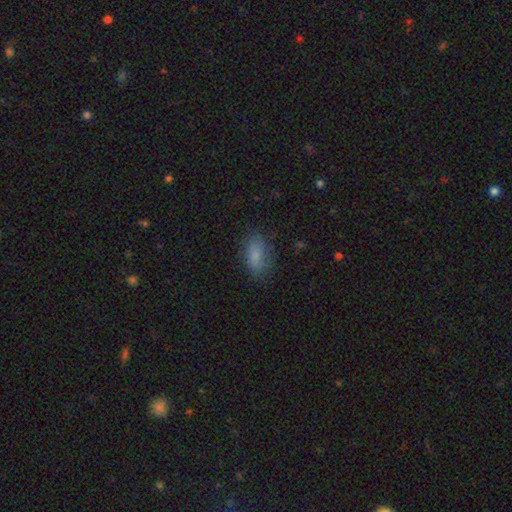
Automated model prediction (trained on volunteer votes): smooth-or-featured: smooth: 81% | featured or disk: 11% | star or artifact: 8%
  how-rounded: in between: 89% | round: 6% | cigar-shaped: 5%
  merging: none: 73% | minor disturbance: 19% | major disturbance: 6% | merger: 1%